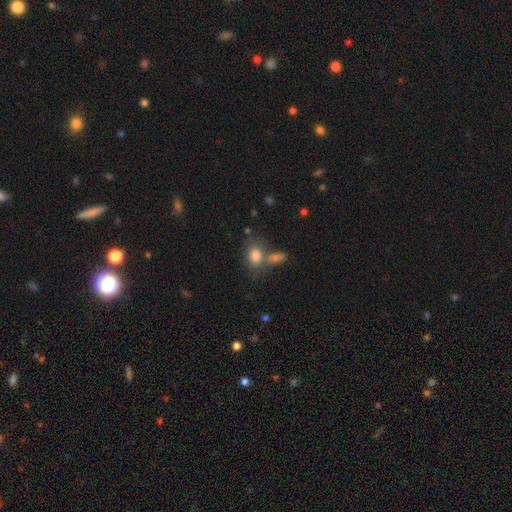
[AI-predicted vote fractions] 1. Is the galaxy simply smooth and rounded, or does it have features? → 81% smooth, 9% featured or disk, 9% star or artifact.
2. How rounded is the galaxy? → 71% in between, 27% round, 2% cigar-shaped.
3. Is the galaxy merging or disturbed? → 45% none, 36% merger, 12% minor disturbance, 6% major disturbance.